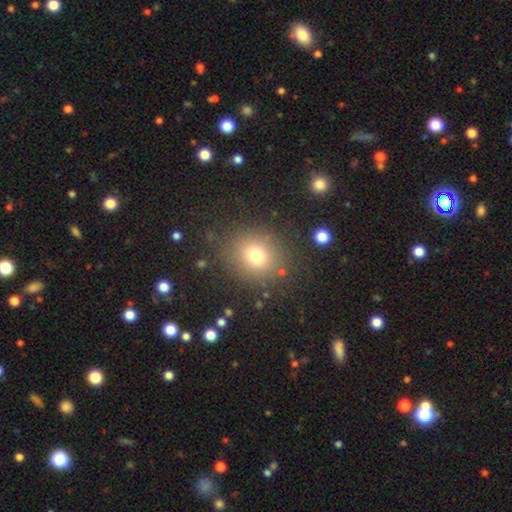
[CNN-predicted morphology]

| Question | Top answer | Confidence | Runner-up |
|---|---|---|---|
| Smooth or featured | smooth | 73% | star or artifact (17%) |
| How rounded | round | 81% | in between (18%) |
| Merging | none | 84% | minor disturbance (9%) |